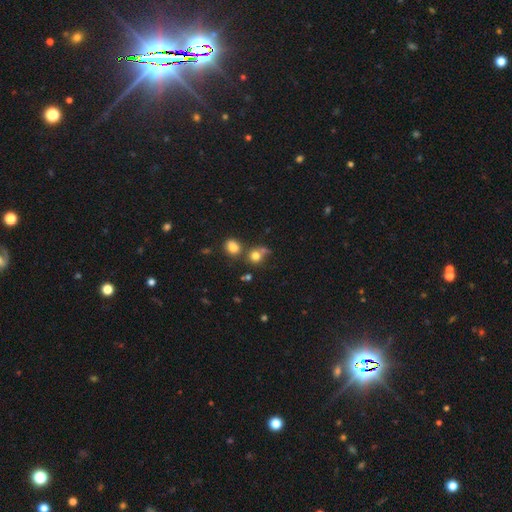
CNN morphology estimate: Q: Smooth or featured?
A: smooth (76%); runner-up: star or artifact (15%)
Q: How rounded?
A: round (81%); runner-up: in between (18%)
Q: Merging?
A: none (50%); runner-up: merger (33%)